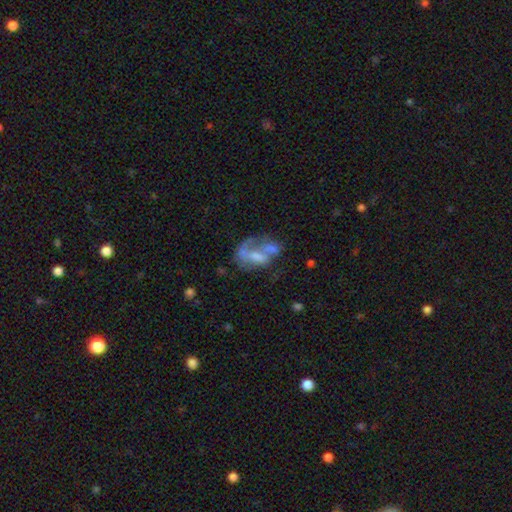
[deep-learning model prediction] Overall: featured or disk (58%; smooth 32%). Edge-on disk: no (97%). Bar: no (60%; weak 29%). Spiral arms: no (63%; yes 37%). Bulge size: moderate (35%; none 29%). Merging: major disturbance (31%; merger 30%).